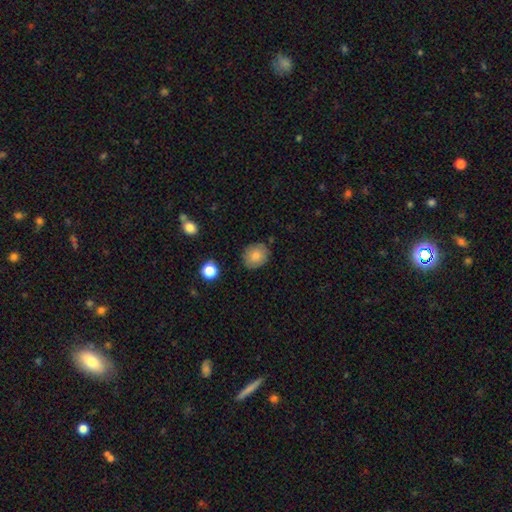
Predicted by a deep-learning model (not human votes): Q: Smooth or featured?
A: smooth (82%); runner-up: featured or disk (9%)
Q: How rounded?
A: round (63%); runner-up: in between (36%)
Q: Merging?
A: none (82%); runner-up: minor disturbance (13%)